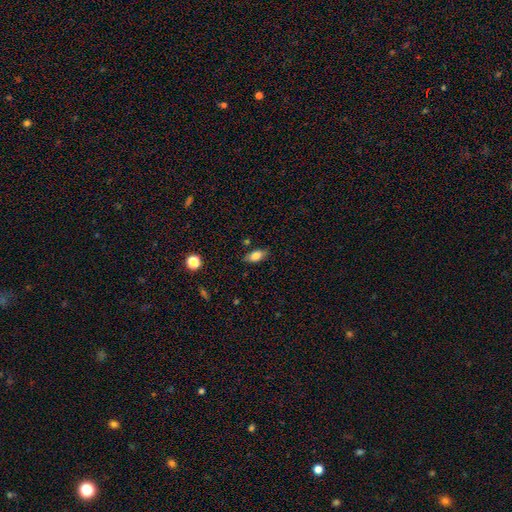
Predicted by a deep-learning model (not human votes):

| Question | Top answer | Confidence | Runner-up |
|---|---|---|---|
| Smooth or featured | smooth | 81% | featured or disk (11%) |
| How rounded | in between | 86% | cigar-shaped (9%) |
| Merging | none | 82% | minor disturbance (13%) |